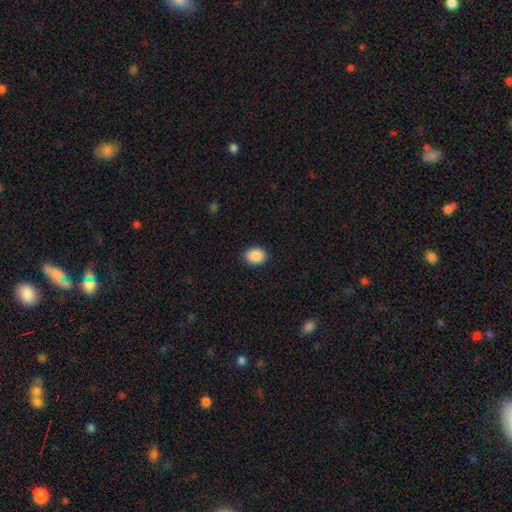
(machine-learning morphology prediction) smooth_or_featured: smooth (p=0.89) [alt: star or artifact p=0.08]
how_rounded: in between (p=0.62) [alt: round p=0.37]
merging: none (p=0.90) [alt: minor disturbance p=0.07]